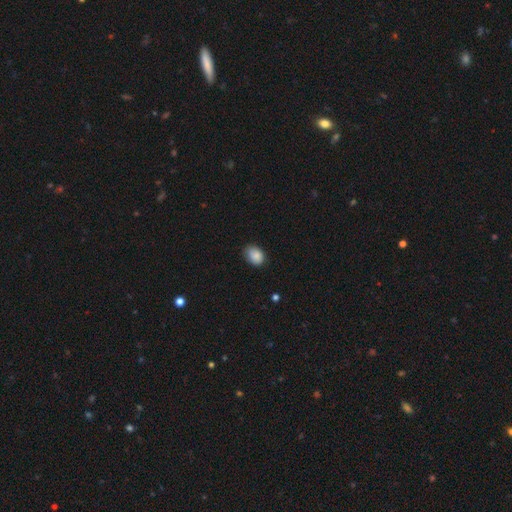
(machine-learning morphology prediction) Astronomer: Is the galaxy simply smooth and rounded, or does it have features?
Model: smooth — 86%.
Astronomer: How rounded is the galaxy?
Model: in between — 71%.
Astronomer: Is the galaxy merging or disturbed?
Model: none — 72%.